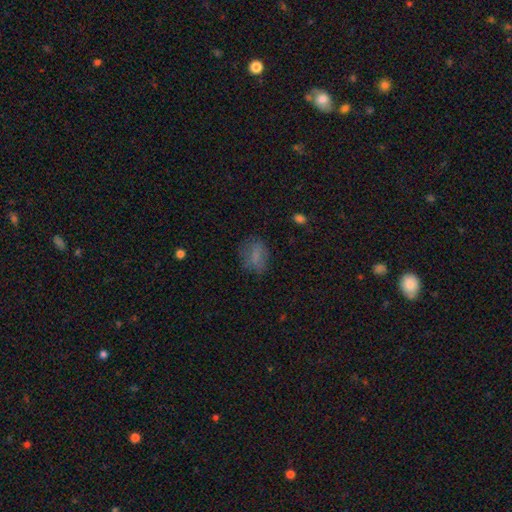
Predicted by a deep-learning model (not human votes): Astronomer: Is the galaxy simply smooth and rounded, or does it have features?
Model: smooth — 71%.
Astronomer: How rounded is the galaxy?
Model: in between — 72%.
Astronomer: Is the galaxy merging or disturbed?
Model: none — 67%.